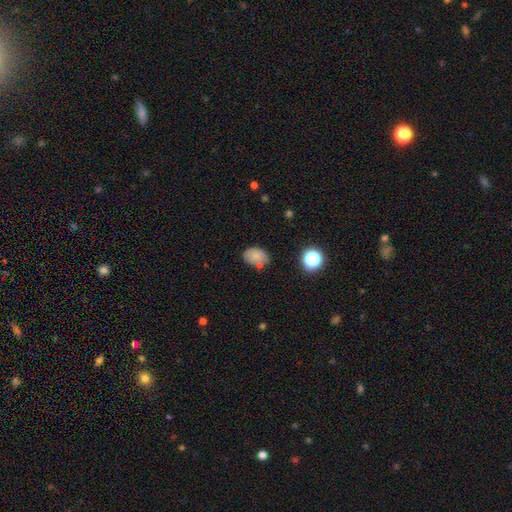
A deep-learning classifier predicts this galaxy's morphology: smooth 78%, star or artifact 12%, featured or disk 10%. Down the decision tree: how rounded — in between (80%); merging — none (66%).